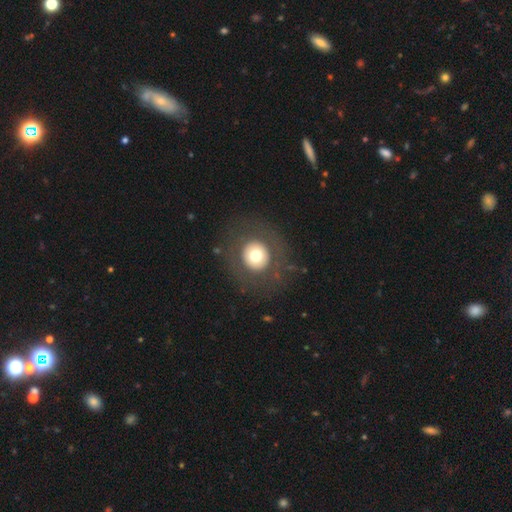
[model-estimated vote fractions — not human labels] Smooth or featured: smooth — 63% (featured or disk — 27%)
How rounded: round — 90% (in between — 9%)
Merging: none — 82% (major disturbance — 8%)